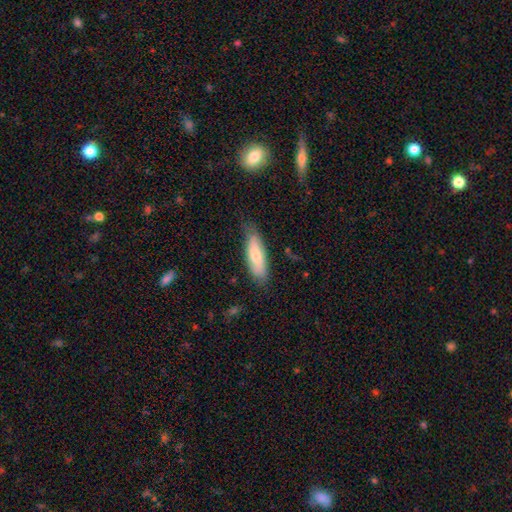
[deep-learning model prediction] smooth-or-featured: smooth: 66% | featured or disk: 28% | star or artifact: 6%
  how-rounded: in between: 59% | cigar-shaped: 39% | round: 2%
  merging: none: 69% | minor disturbance: 24% | major disturbance: 5% | merger: 2%